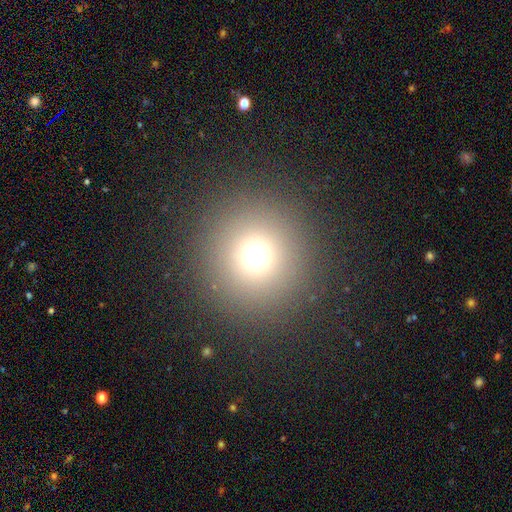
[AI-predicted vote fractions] Morphology: type=smooth (72%); roundness=round (95%); merging=none (92%).